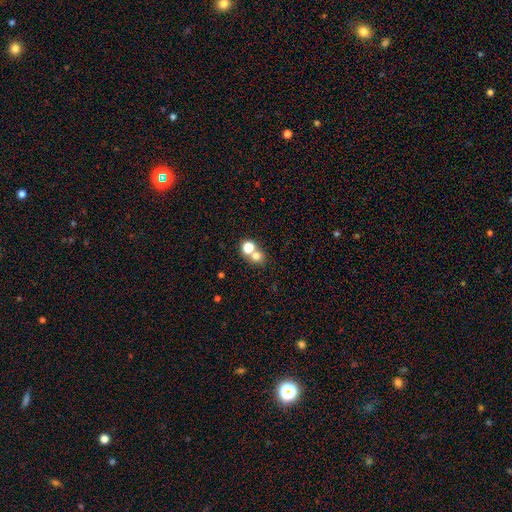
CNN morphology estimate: smooth_or_featured: smooth (p=0.72) [alt: star or artifact p=0.16]
how_rounded: round (p=0.78) [alt: in between p=0.21]
merging: merger (p=0.49) [alt: none p=0.43]